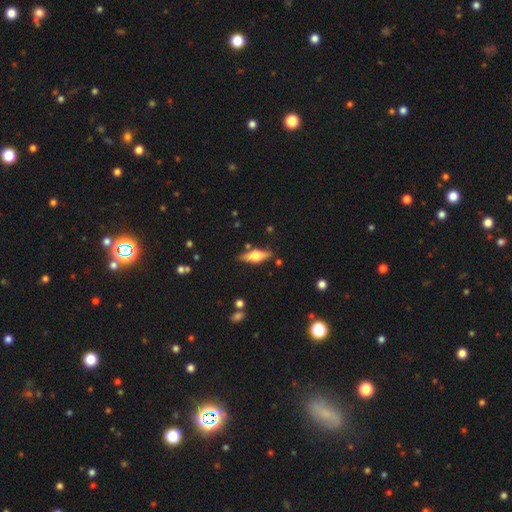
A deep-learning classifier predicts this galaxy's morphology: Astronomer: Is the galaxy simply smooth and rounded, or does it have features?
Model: featured or disk — 52% (runner-up: smooth, 41%).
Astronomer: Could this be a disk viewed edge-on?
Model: yes — 92%.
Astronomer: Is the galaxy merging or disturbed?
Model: none — 83%.